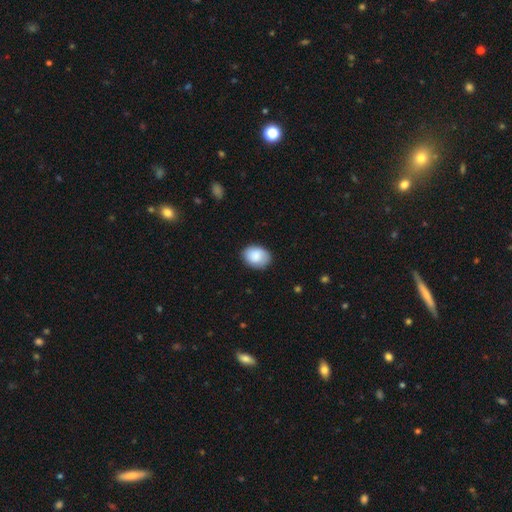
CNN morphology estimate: Overall: smooth (86%). How rounded: in between (69%; round 30%). Merging: none (81%).